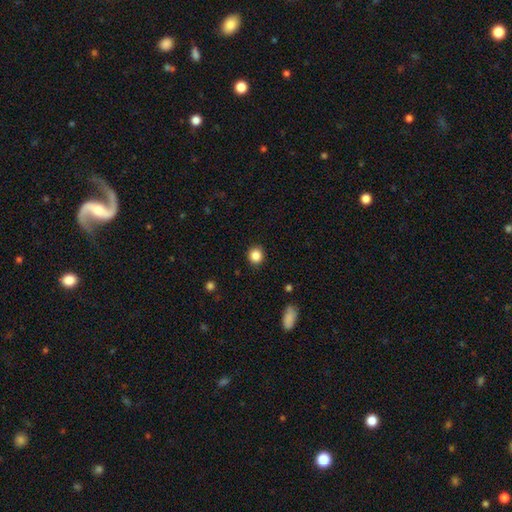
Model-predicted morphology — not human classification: Q: Smooth or featured?
A: smooth (86%); runner-up: star or artifact (10%)
Q: How rounded?
A: round (88%); runner-up: in between (11%)
Q: Merging?
A: none (91%); runner-up: minor disturbance (6%)